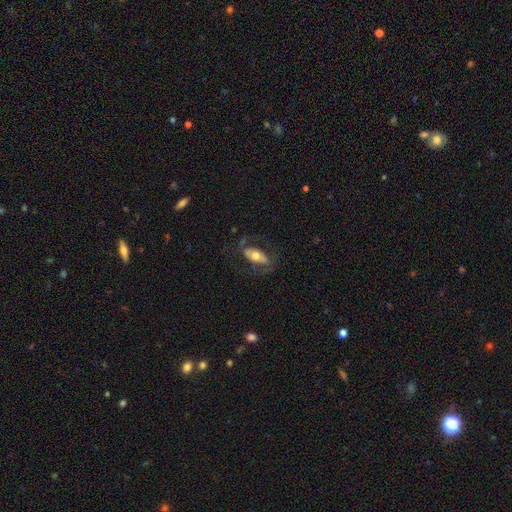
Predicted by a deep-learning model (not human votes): The model was most divided on "smooth or featured": featured or disk: 47%, smooth: 46%, star or artifact: 7%. More confident: merging — none (66%).